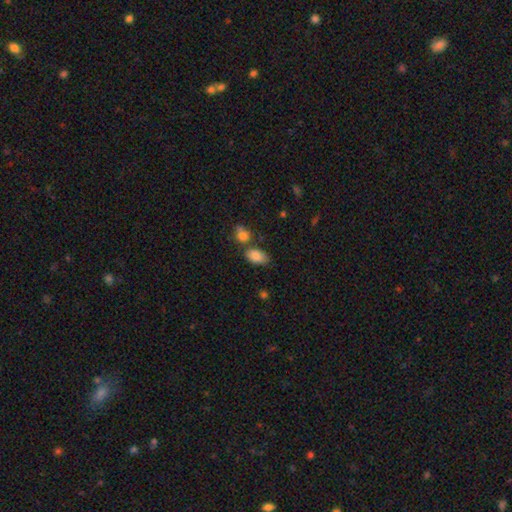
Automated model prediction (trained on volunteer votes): A smooth galaxy with no disk features (85%) that is in between round and cigar-shaped (91%). Merging: none (59%).